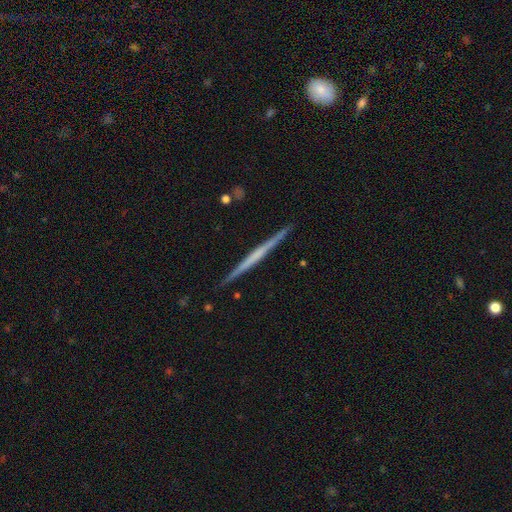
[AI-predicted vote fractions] Smooth or featured? featured or disk (66%)
Edge-on disk? yes (98%)
Edge-on bulge? none (79%)
Merging? none (92%)